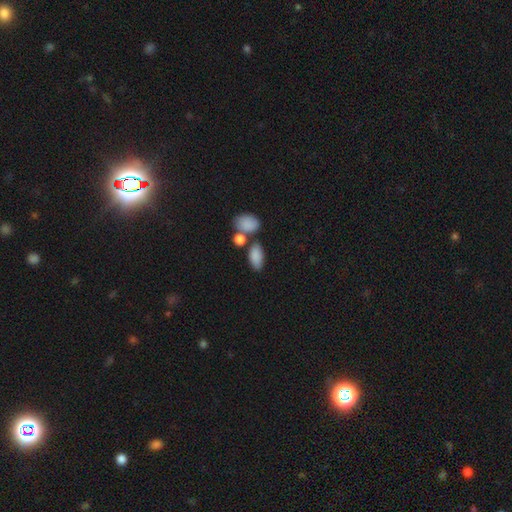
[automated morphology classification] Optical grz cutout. It shows a smooth galaxy with no disk features (85%) that is in between round and cigar-shaped (92%). Merging: none (58%).